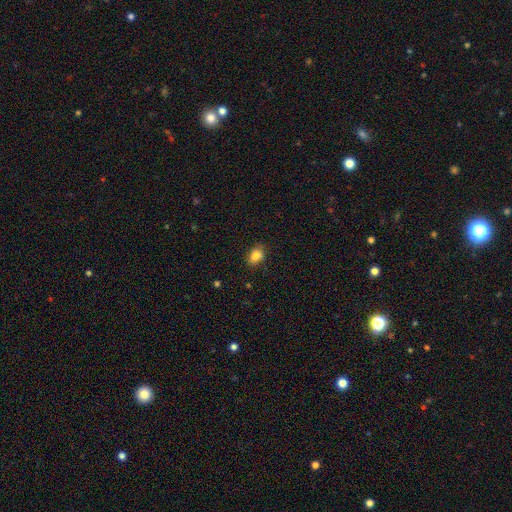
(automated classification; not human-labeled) Q: Smooth or featured?
A: smooth (85%); runner-up: star or artifact (9%)
Q: How rounded?
A: in between (76%); runner-up: round (23%)
Q: Merging?
A: none (80%); runner-up: minor disturbance (16%)